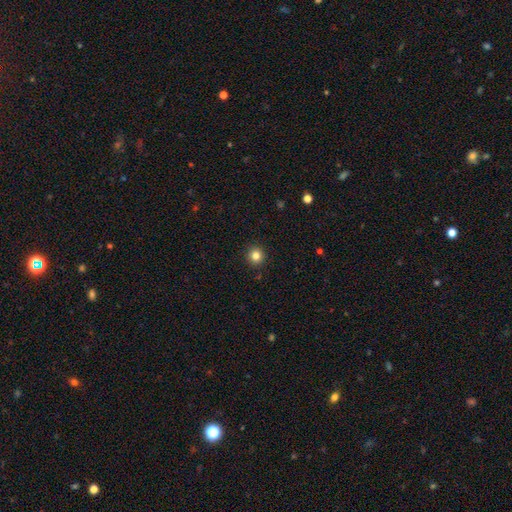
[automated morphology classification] smooth-or-featured: smooth: 82% | star or artifact: 12% | featured or disk: 5%
  how-rounded: round: 95% | in between: 4% | cigar-shaped: 1%
  merging: none: 93% | minor disturbance: 5% | major disturbance: 2% | merger: 1%